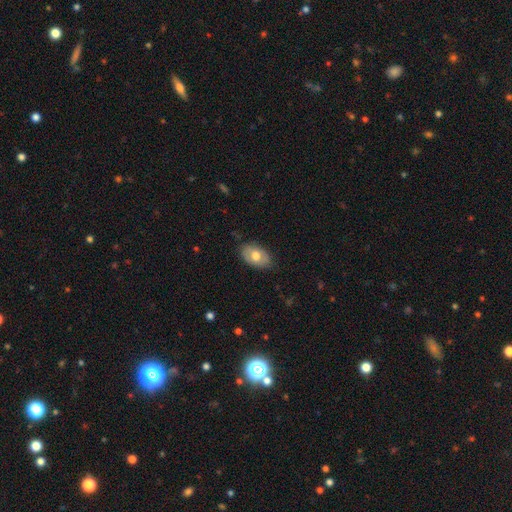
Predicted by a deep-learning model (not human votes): Overall: smooth (68%). How rounded: in between (90%). Merging: none (83%).